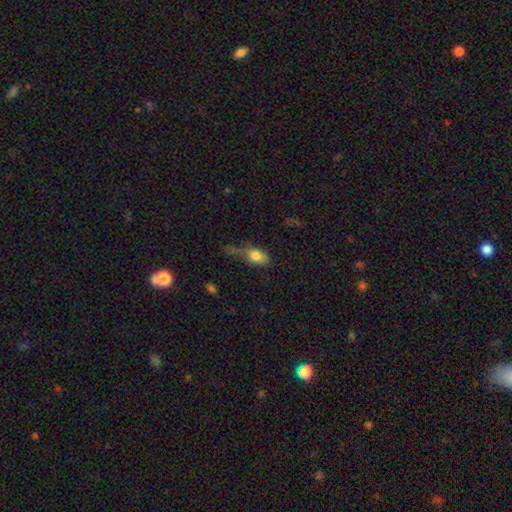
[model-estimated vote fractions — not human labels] This appears to be a smooth galaxy with no disk features (78%) that is in between round and cigar-shaped (81%). Merging: none (32%).